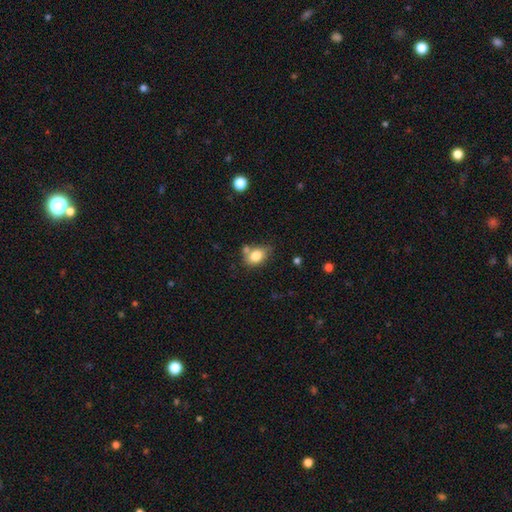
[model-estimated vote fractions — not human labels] This is clearly a smooth galaxy (81%). How rounded: likely in between (75%). Merging: possibly none (52%).